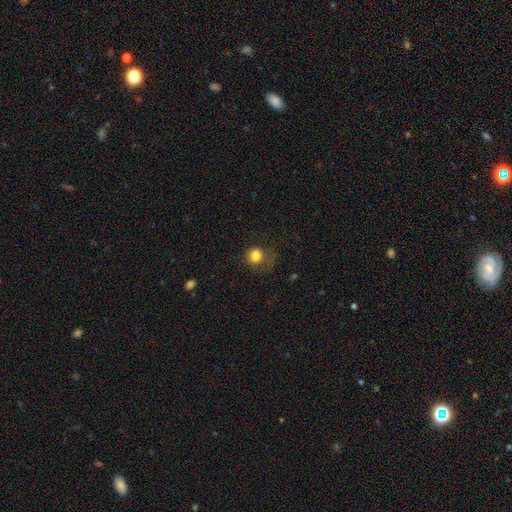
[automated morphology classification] type=smooth (82%); roundness=round (83%); merging=none (61%).